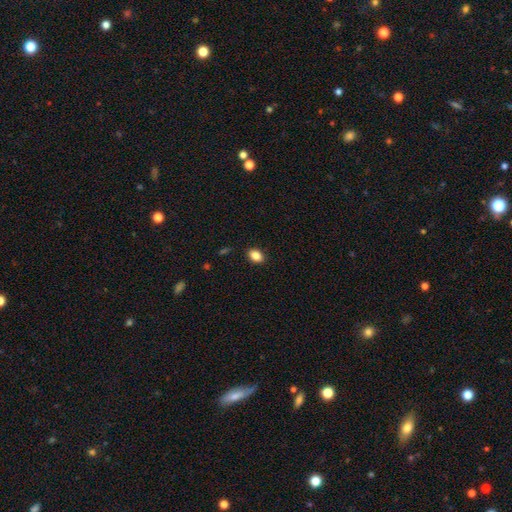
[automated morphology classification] Q: Smooth or featured?
A: smooth (85%); runner-up: star or artifact (9%)
Q: How rounded?
A: in between (76%); runner-up: round (23%)
Q: Merging?
A: none (89%); runner-up: minor disturbance (8%)